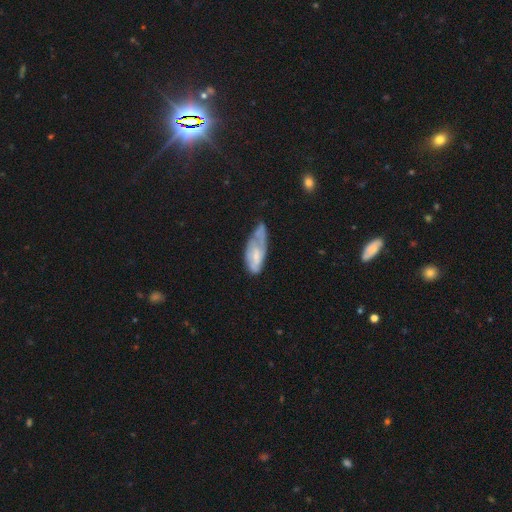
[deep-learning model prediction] Smooth or featured: featured or disk — 51% (smooth — 42%)
Edge-on disk: no — 90% (yes — 10%)
Merging: minor disturbance — 39% (none — 28%)